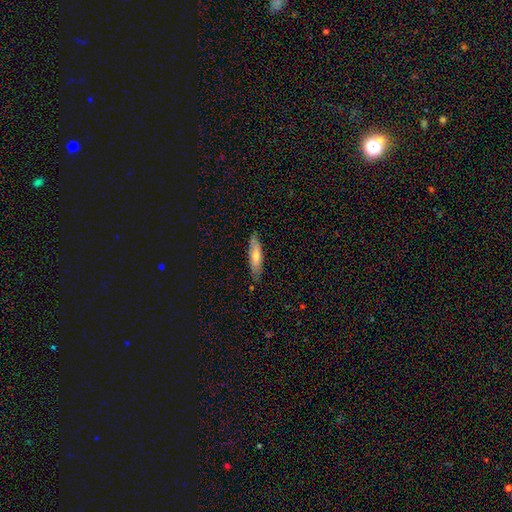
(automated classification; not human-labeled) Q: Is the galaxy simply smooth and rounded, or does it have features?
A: featured or disk — 46%.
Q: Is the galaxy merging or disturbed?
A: none — 84%.